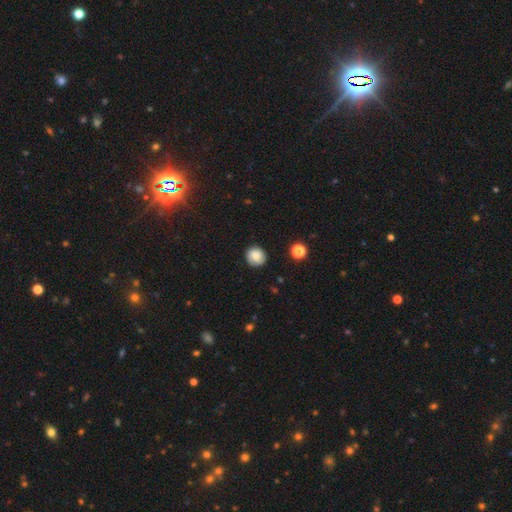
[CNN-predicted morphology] Smooth or featured?
  - smooth: 75% *
  - featured or disk: 16%
  - star or artifact: 10%
How rounded?
  - round: 89% *
  - in between: 10%
  - cigar-shaped: 1%
Merging?
  - none: 84% *
  - minor disturbance: 12%
  - major disturbance: 3%
  - merger: 1%